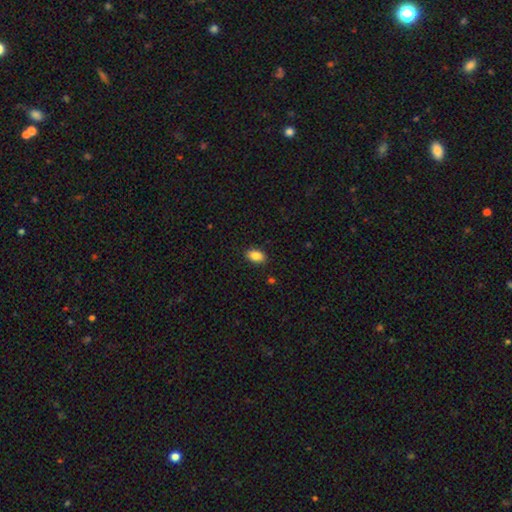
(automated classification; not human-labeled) Smooth or featured: smooth — 87% (star or artifact — 8%)
How rounded: in between — 90% (round — 8%)
Merging: none — 88% (minor disturbance — 8%)